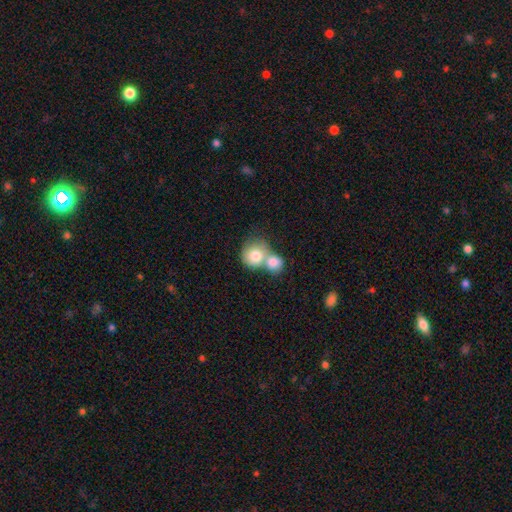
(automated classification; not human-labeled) This is likely a smooth galaxy (78%). How rounded: clearly round (80%). Merging: likely merger (65%).